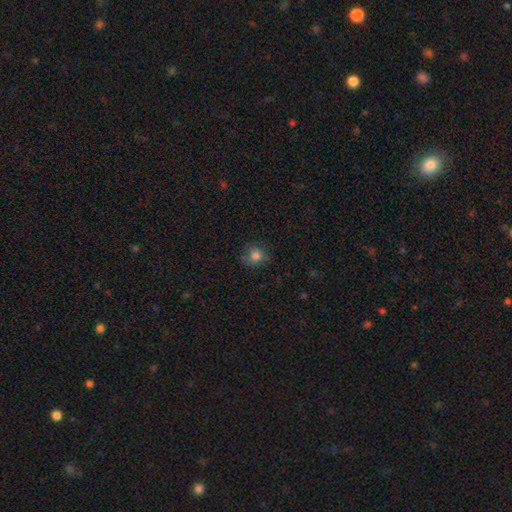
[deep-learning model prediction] Q: Smooth or featured?
A: smooth (81%); runner-up: star or artifact (12%)
Q: How rounded?
A: round (85%); runner-up: in between (14%)
Q: Merging?
A: none (76%); runner-up: minor disturbance (17%)